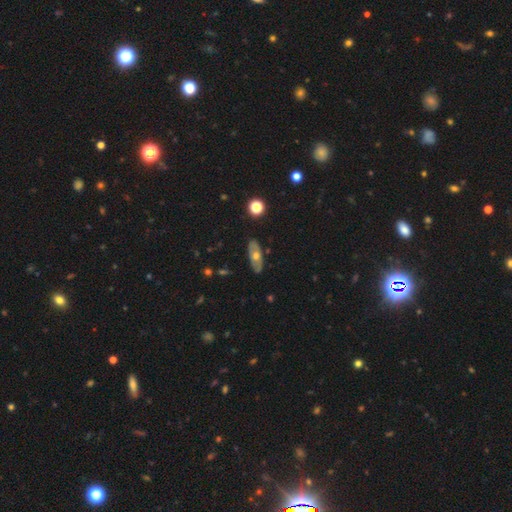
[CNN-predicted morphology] smooth_or_featured: featured or disk (p=0.52) [alt: smooth p=0.41]
disk_edge_on: no (p=0.74) [alt: yes p=0.26]
merging: none (p=0.85) [alt: minor disturbance p=0.12]